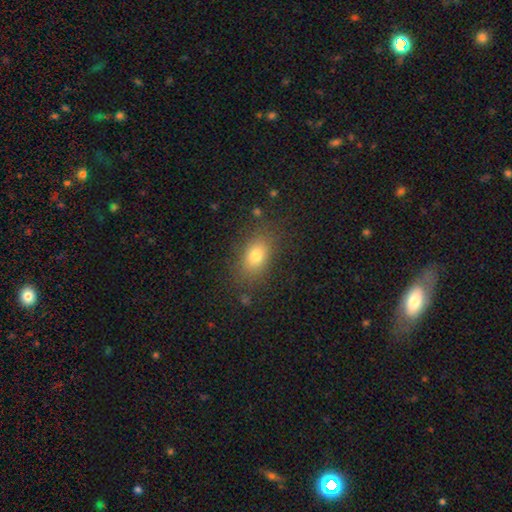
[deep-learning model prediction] Smooth or featured? Predicted: smooth (p=0.76). How rounded? Predicted: in between (p=0.78). Merging? Predicted: none (p=0.82).